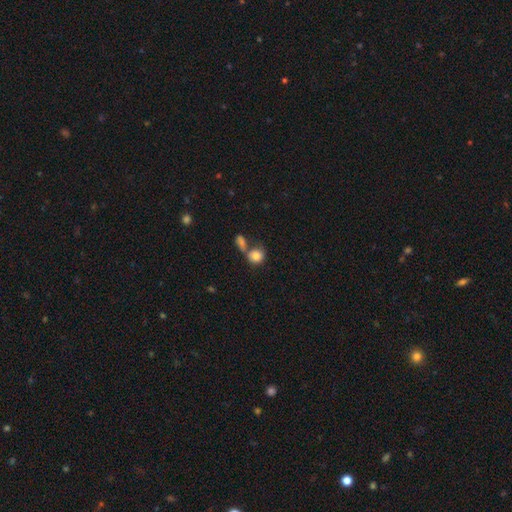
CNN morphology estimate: smooth 82%, featured or disk 9%, star or artifact 9%. Down the decision tree: how rounded — round (69%); merging — merger (45%).